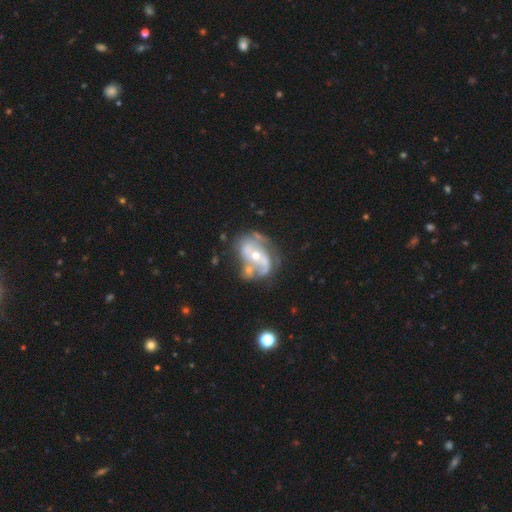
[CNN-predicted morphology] This appears to be a featured or disk galaxy (79%) with no bar (51%), 2 (68%) medium (41%) spiral arms (75%) and a moderate central bulge (55%). Merging: none (41%).